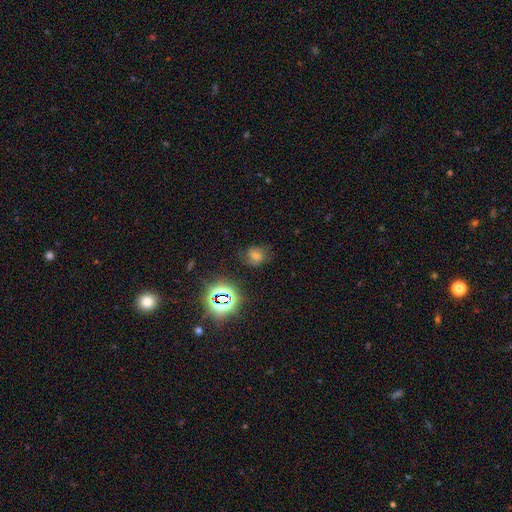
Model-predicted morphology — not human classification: Smooth or featured? Predicted: star or artifact (p=0.44).